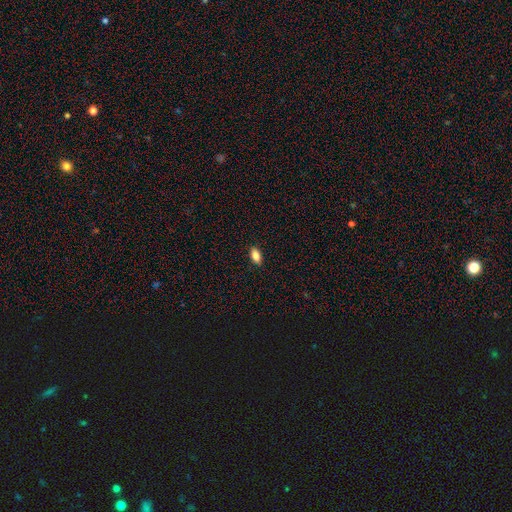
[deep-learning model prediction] Q: Smooth or featured?
A: smooth (84%); runner-up: star or artifact (8%)
Q: How rounded?
A: in between (89%); runner-up: round (5%)
Q: Merging?
A: none (89%); runner-up: minor disturbance (8%)